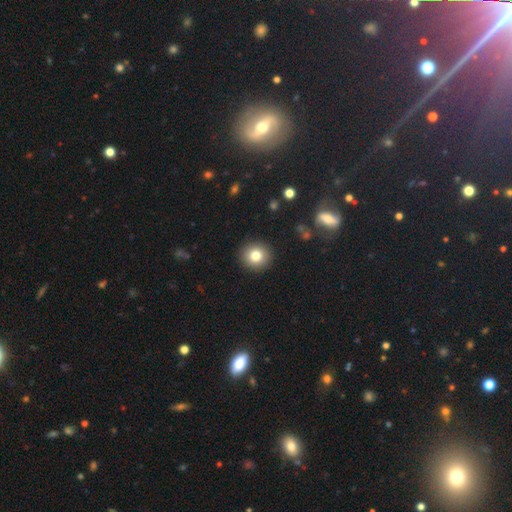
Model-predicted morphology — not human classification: type=smooth (80%); roundness=round (89%); merging=none (91%).